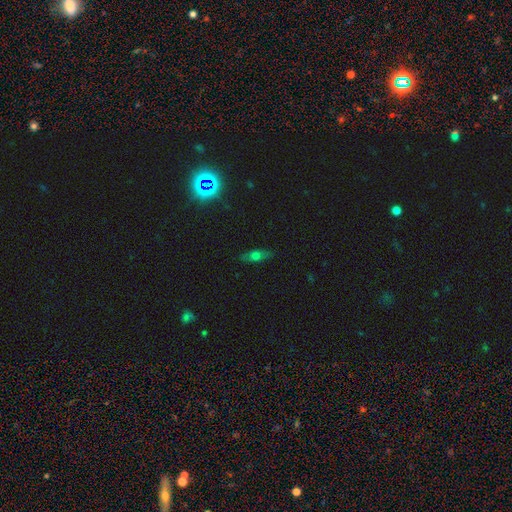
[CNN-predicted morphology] Smooth or featured? Predicted: smooth (p=0.50). How rounded? Predicted: in between (p=0.57). Merging? Predicted: none (p=0.84).